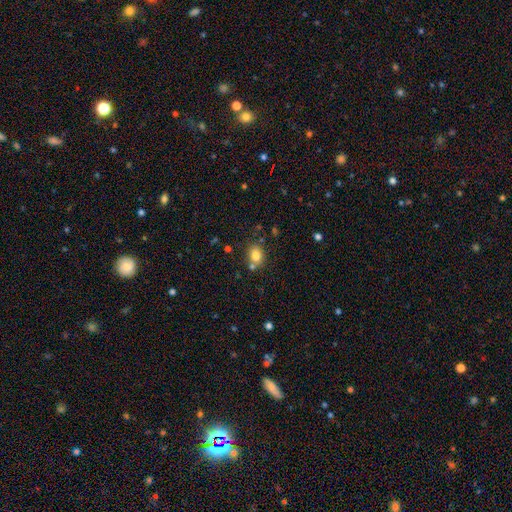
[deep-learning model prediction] smooth-or-featured: smooth: 80% | star or artifact: 11% | featured or disk: 9%
  how-rounded: in between: 56% | round: 43% | cigar-shaped: 1%
  merging: none: 71% | merger: 13% | minor disturbance: 13% | major disturbance: 4%